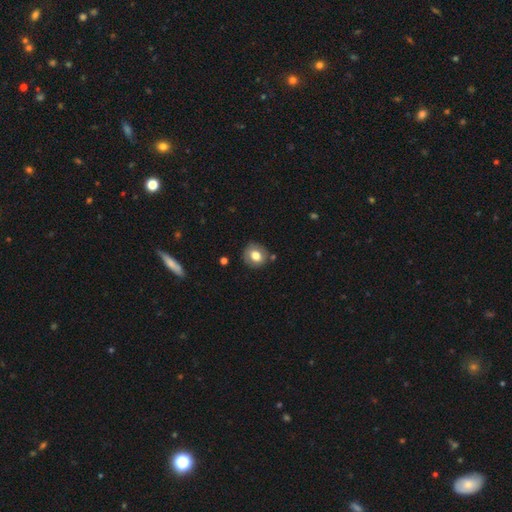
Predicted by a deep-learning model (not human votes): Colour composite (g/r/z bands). It shows a smooth galaxy with no disk features (73%) that is round (78%). Merging: none (80%).